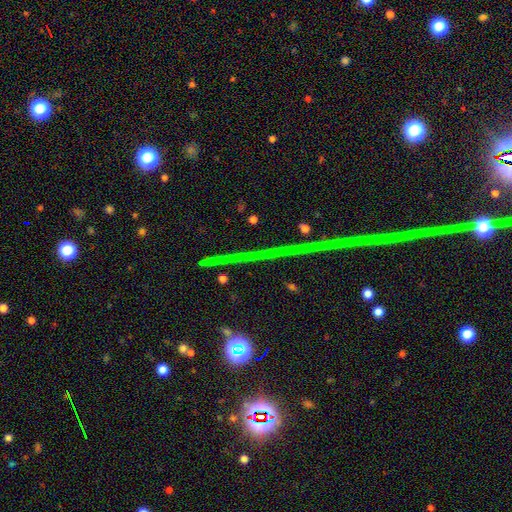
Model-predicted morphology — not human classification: Q: Smooth or featured?
A: star or artifact (79%); runner-up: featured or disk (13%)